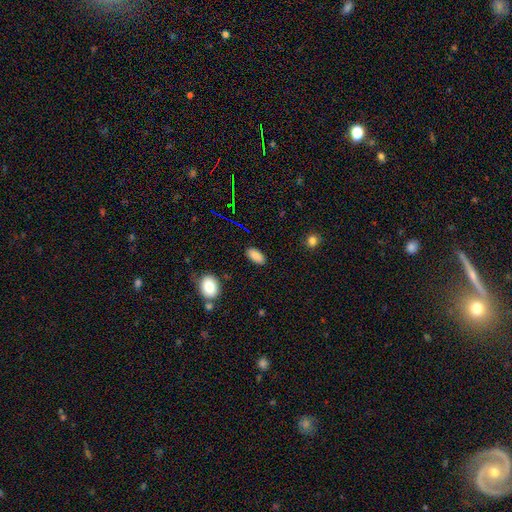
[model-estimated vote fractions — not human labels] smooth_or_featured: smooth (p=0.86) [alt: star or artifact p=0.09]
how_rounded: in between (p=0.90) [alt: cigar-shaped p=0.07]
merging: none (p=0.88) [alt: minor disturbance p=0.08]